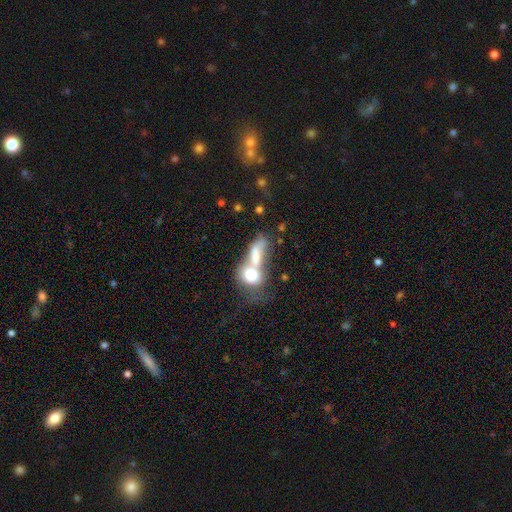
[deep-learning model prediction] The model was most divided on "how rounded": in between: 64%, round: 26%, cigar-shaped: 11%. More confident: merging — merger (72%); smooth or featured — smooth (64%).